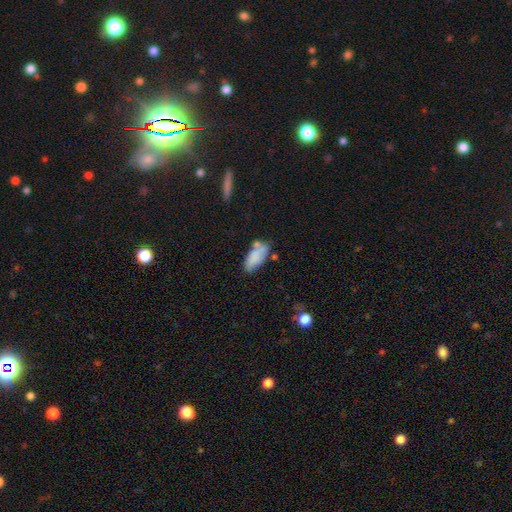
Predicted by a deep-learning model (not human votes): A smooth galaxy with no disk features (80%) that is in between round and cigar-shaped (86%). Merging: none (58%).